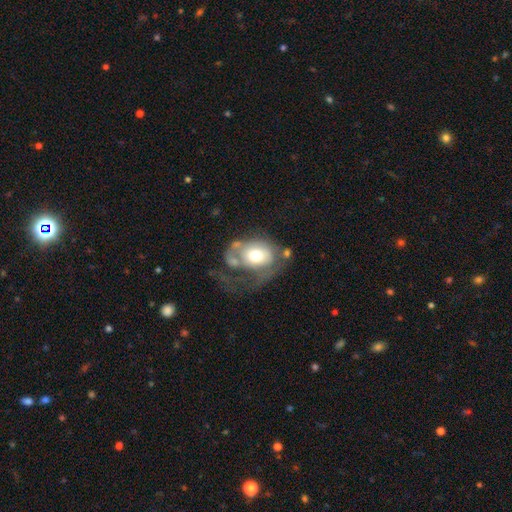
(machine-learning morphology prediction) Smooth or featured?
  - smooth: 47% *
  - featured or disk: 46%
  - star or artifact: 7%
Merging?
  - major disturbance: 50% *
  - none: 20%
  - minor disturbance: 17%
  - merger: 12%